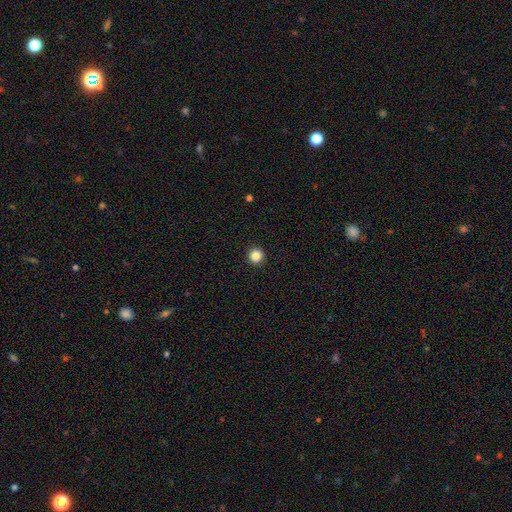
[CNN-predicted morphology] smooth-or-featured: smooth: 85% | star or artifact: 11% | featured or disk: 4%
  how-rounded: round: 96% | in between: 3% | cigar-shaped: 1%
  merging: none: 94% | minor disturbance: 4% | major disturbance: 1% | merger: 1%